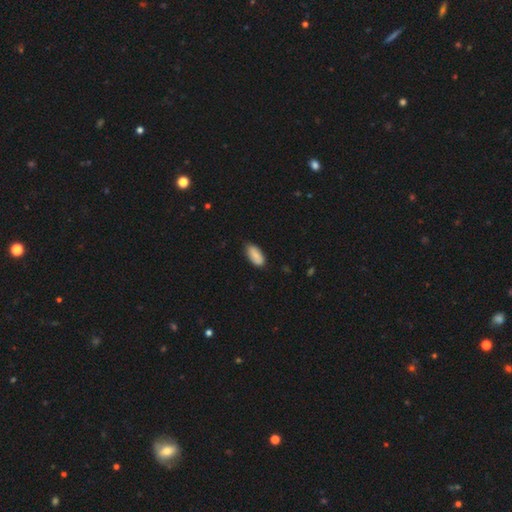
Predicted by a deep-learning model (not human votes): A smooth galaxy with no disk features (83%) that is in between round and cigar-shaped (91%). Merging: none (79%).